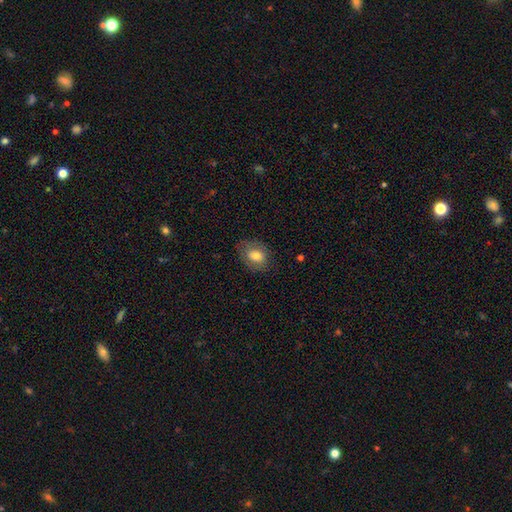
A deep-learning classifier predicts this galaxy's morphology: The model was most divided on "how rounded": in between: 71%, round: 28%, cigar-shaped: 1%. More confident: merging — none (75%); smooth or featured — smooth (71%).